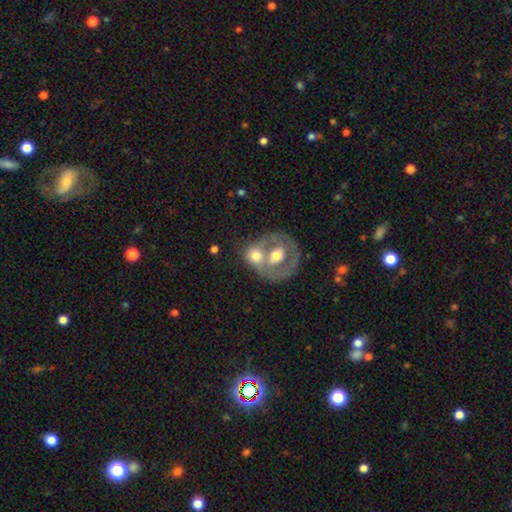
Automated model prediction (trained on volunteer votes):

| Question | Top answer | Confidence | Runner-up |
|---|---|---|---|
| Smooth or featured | smooth | 47% | featured or disk (46%) |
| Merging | merger | 55% | none (28%) |